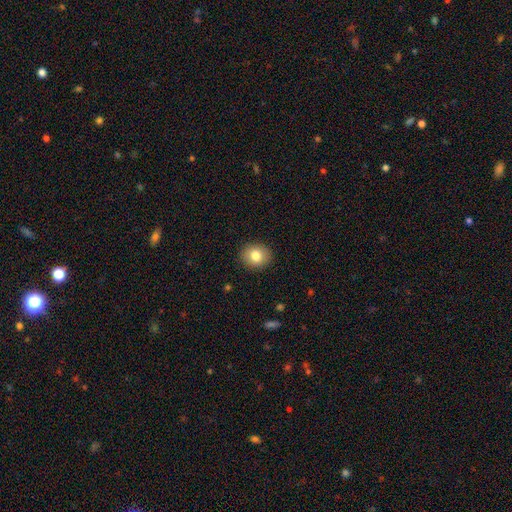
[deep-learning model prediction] smooth_or_featured: smooth (p=0.81) [alt: featured or disk p=0.10]
how_rounded: round (p=0.71) [alt: in between p=0.28]
merging: none (p=0.91) [alt: minor disturbance p=0.07]